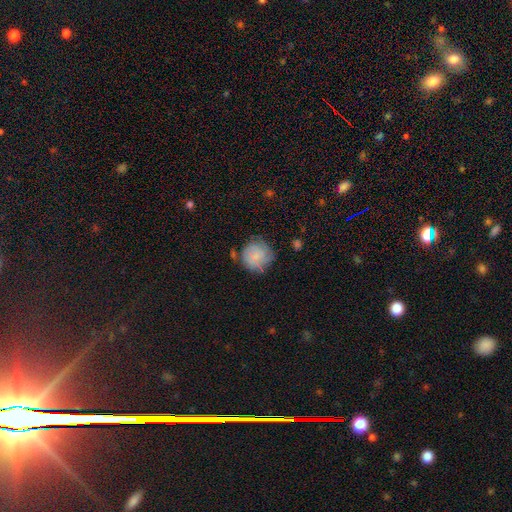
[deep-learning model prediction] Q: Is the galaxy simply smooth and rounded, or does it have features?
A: smooth — 73%.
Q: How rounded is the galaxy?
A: round — 90%.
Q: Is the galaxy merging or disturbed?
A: none — 65%.